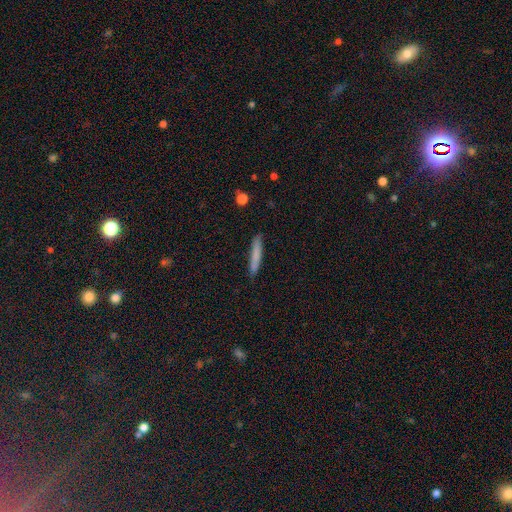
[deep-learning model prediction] Smooth or featured: smooth — 77% (featured or disk — 17%)
How rounded: cigar-shaped — 94% (in between — 5%)
Merging: none — 87% (minor disturbance — 10%)